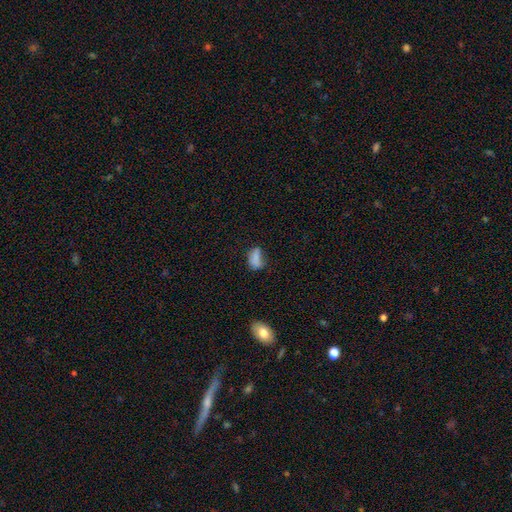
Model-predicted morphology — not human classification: The model was most divided on "merging": none: 45%, minor disturbance: 32%, major disturbance: 16%, merger: 7%. More confident: how rounded — in between (85%); smooth or featured — smooth (77%).